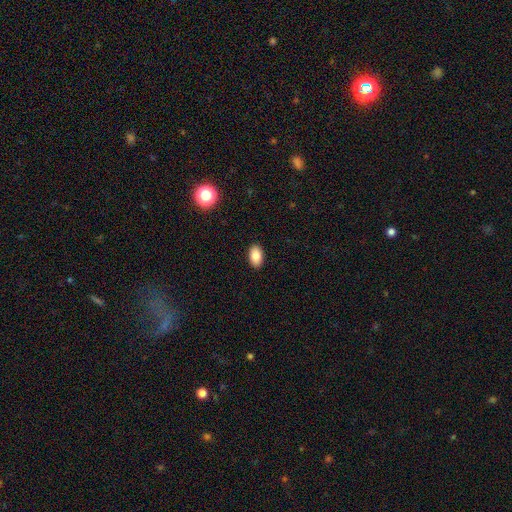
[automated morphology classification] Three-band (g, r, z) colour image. It shows a smooth galaxy with no disk features (85%) that is in between round and cigar-shaped (93%). Merging: none (90%).